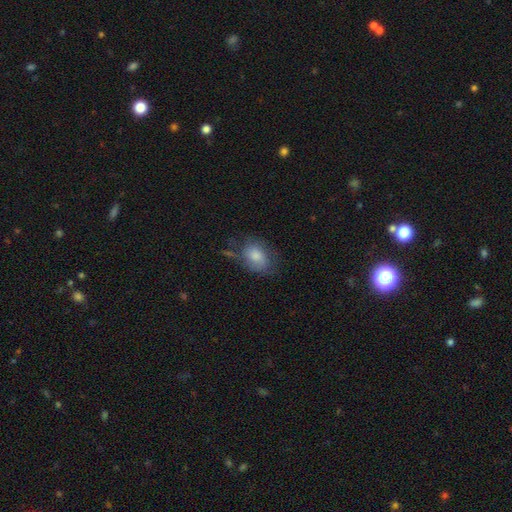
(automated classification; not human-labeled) Smooth or featured? smooth (74%)
How rounded? in between (74%)
Merging? none (48%)